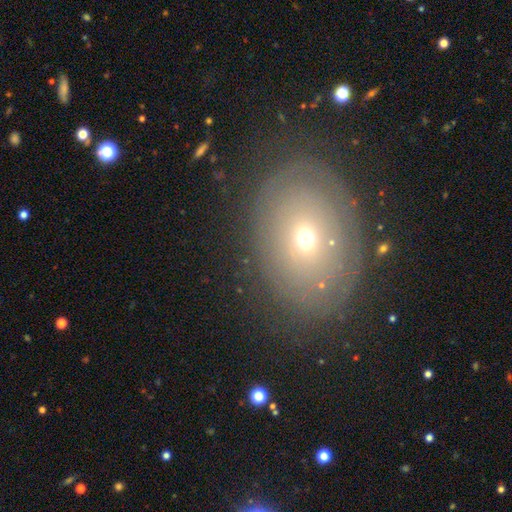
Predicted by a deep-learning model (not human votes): A smooth galaxy with no disk features (42%). Merging: none (82%).